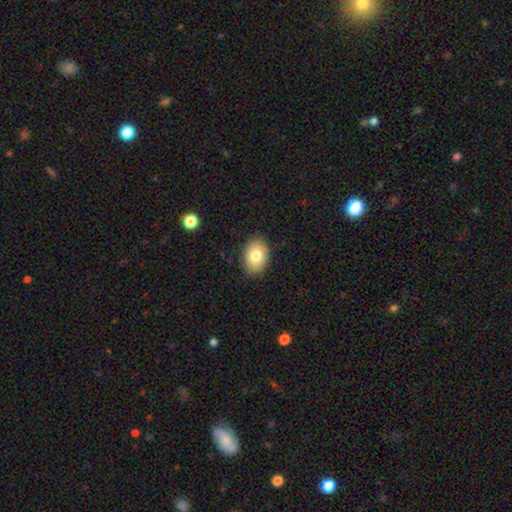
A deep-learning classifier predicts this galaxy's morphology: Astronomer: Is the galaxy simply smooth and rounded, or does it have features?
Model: smooth — 79%.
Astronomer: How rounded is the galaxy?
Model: in between — 80%.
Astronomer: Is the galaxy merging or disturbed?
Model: none — 88%.